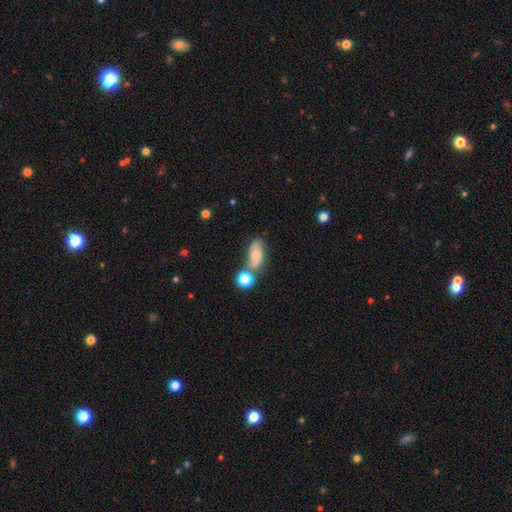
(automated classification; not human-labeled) A smooth galaxy with no disk features (59%) that is in between round and cigar-shaped (79%). Merging: none (47%).